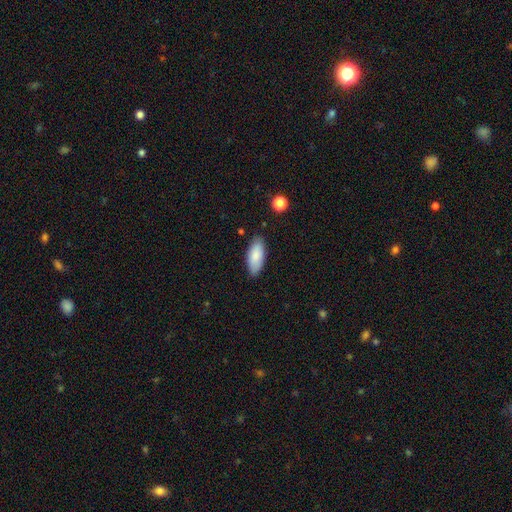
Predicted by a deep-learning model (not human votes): This appears to be a smooth galaxy with no disk features (85%) that is in between round and cigar-shaped (86%). Merging: none (83%).